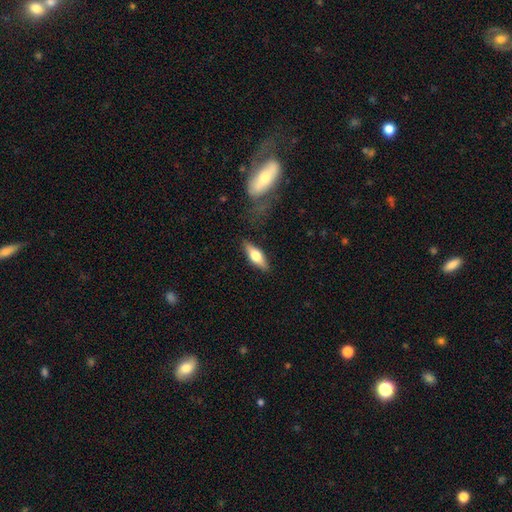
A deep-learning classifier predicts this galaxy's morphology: A smooth galaxy with no disk features (53%) that is in between round and cigar-shaped (57%). Merging: none (82%).